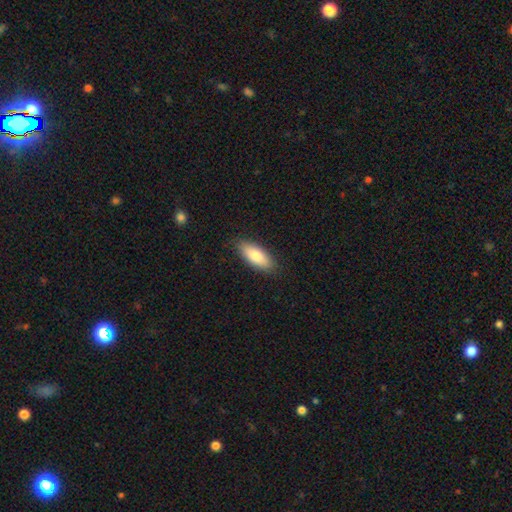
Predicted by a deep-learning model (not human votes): This is likely a smooth galaxy (79%). How rounded: likely in between (78%). Merging: clearly none (87%).